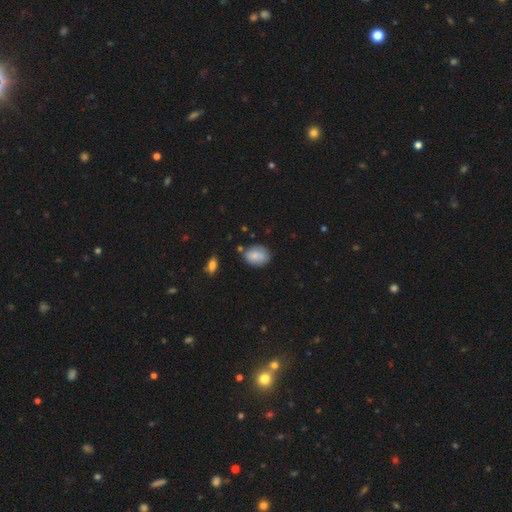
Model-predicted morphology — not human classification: This appears to be a smooth galaxy with no disk features (76%) that is in between round and cigar-shaped (65%). Merging: none (66%).